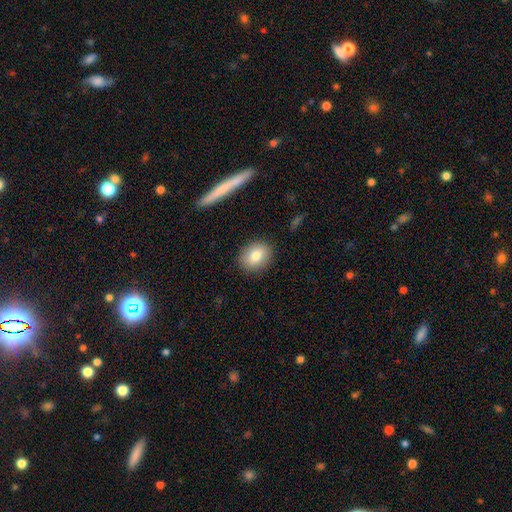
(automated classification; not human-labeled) Morphology: type=smooth (80%); roundness=round (54%); merging=none (88%).